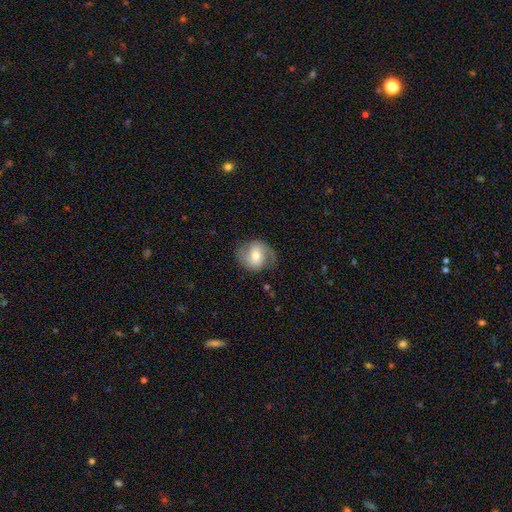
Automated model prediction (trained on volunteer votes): The model was most divided on "bar": weak: 41%, no: 40%, strong: 18%. Remaining: edge-on disk — no (97%); spiral arms — yes (85%); spiral arm count — 2 (82%); merging — none (72%); bulge size — moderate (66%); smooth or featured — featured or disk (61%); spiral winding — medium (46%).